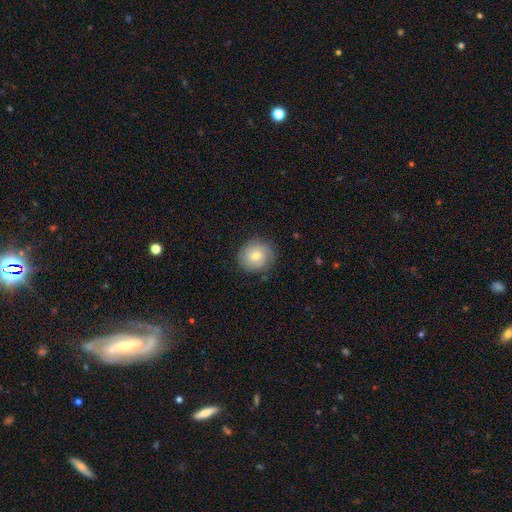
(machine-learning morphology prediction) A smooth galaxy with no disk features (53%) that is round (88%).

Vote fractions:
- Smooth or featured? smooth: 53% / featured or disk: 38% / star or artifact: 9%
- How rounded? round: 88% / in between: 11% / cigar-shaped: 1%
- Merging? none: 83% / minor disturbance: 12% / major disturbance: 4% / merger: 1%